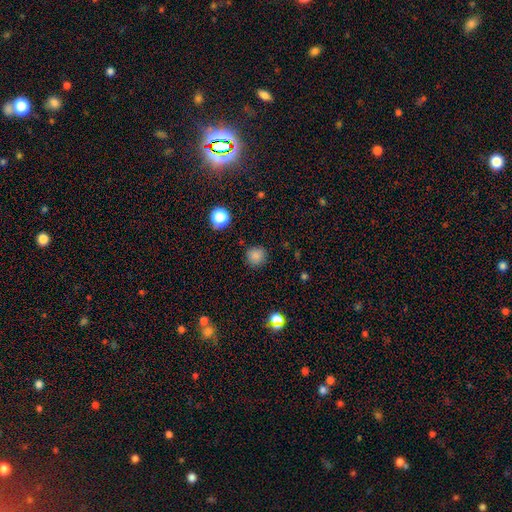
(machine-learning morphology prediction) Smooth or featured? smooth (83%)
How rounded? round (92%)
Merging? none (87%)